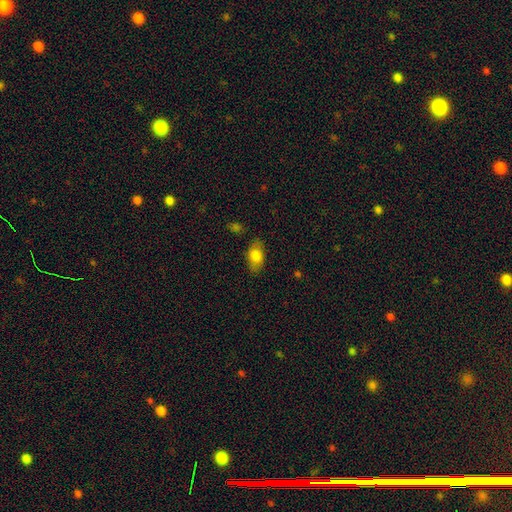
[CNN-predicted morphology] smooth-or-featured: smooth: 78% | featured or disk: 15% | star or artifact: 7%
  how-rounded: in between: 90% | round: 7% | cigar-shaped: 3%
  merging: none: 79% | minor disturbance: 15% | major disturbance: 4% | merger: 2%